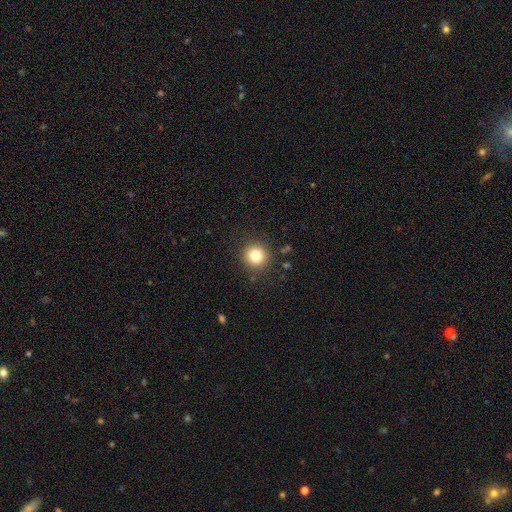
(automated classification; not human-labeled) Smooth or featured?
  - smooth: 81% *
  - star or artifact: 12%
  - featured or disk: 8%
How rounded?
  - round: 94% *
  - in between: 5%
  - cigar-shaped: 1%
Merging?
  - none: 89% *
  - minor disturbance: 7%
  - major disturbance: 3%
  - merger: 1%